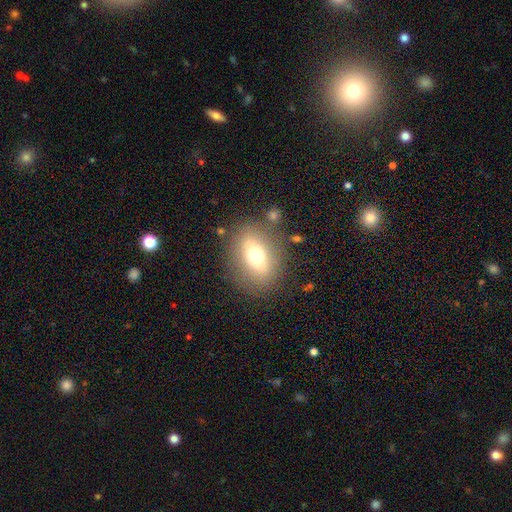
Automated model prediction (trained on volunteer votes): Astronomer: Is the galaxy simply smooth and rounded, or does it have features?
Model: smooth — 60%.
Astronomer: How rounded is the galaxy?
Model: in between — 64%.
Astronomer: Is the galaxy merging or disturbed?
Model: none — 79%.